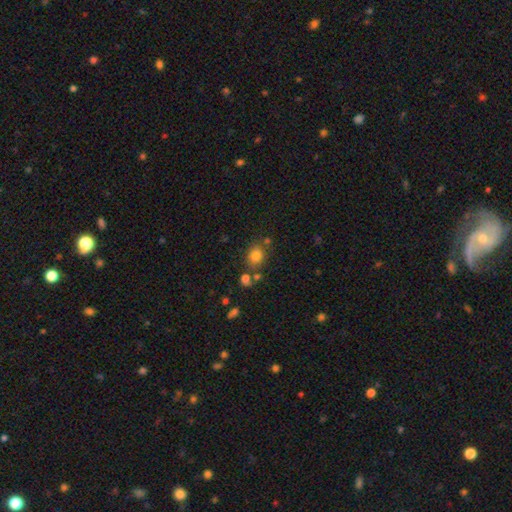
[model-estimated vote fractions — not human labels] Smooth or featured: smooth — 80% (star or artifact — 13%)
How rounded: round — 52% (in between — 47%)
Merging: none — 71% (minor disturbance — 13%)